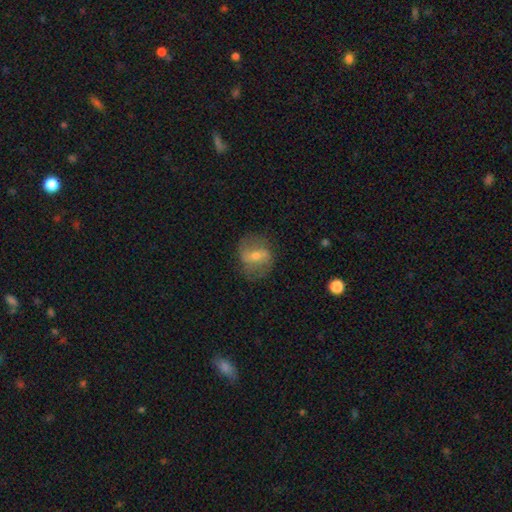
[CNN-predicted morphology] type=featured or disk (56%); edge-on=no (92%); bar=strong (44%); spiral arms=yes (60%); bulge=moderate (48%); merging=none (73%).